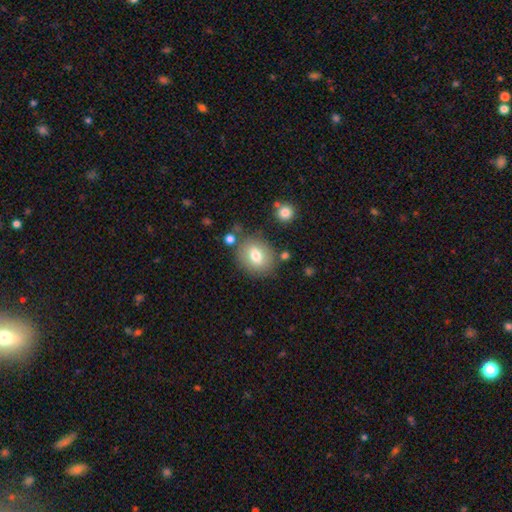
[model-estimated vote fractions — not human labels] smooth 74%, featured or disk 17%, star or artifact 9%. Down the decision tree: how rounded — round (61%); merging — none (76%).